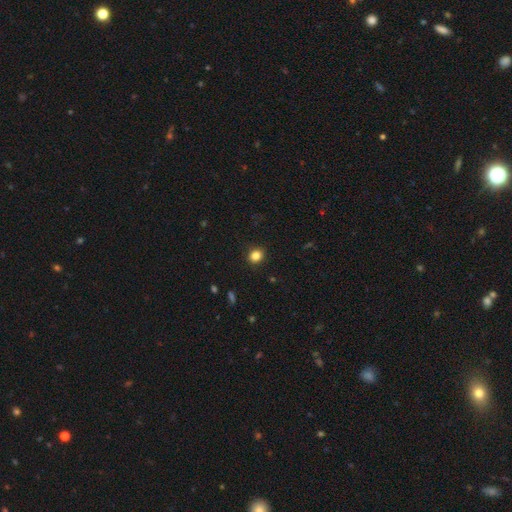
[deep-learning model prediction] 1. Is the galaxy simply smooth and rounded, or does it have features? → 84% smooth, 11% star or artifact, 5% featured or disk.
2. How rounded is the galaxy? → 73% round, 26% in between, 1% cigar-shaped.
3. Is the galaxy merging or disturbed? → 91% none, 6% minor disturbance, 2% major disturbance, 1% merger.